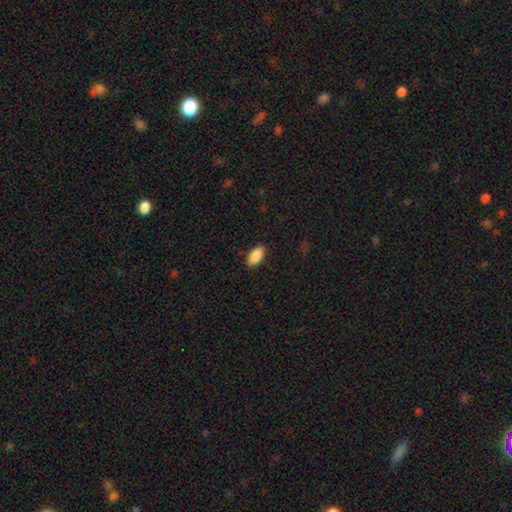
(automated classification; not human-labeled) Morphology: type=smooth (89%); roundness=in between (94%); merging=none (88%).